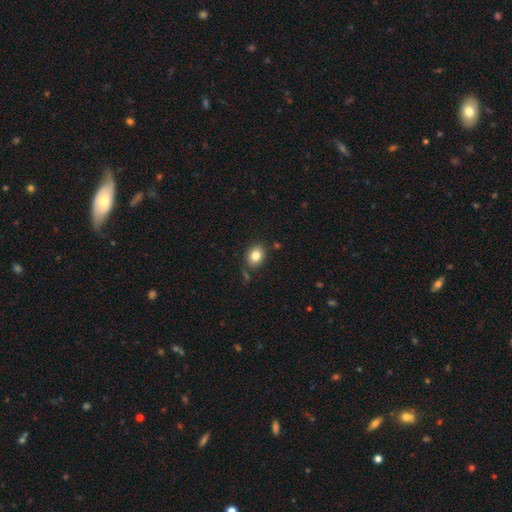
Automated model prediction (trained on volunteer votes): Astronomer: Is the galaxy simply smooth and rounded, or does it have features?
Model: smooth — 82%.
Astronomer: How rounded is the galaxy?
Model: in between — 50% (runner-up: round, 49%).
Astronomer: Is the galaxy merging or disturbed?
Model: none — 82%.